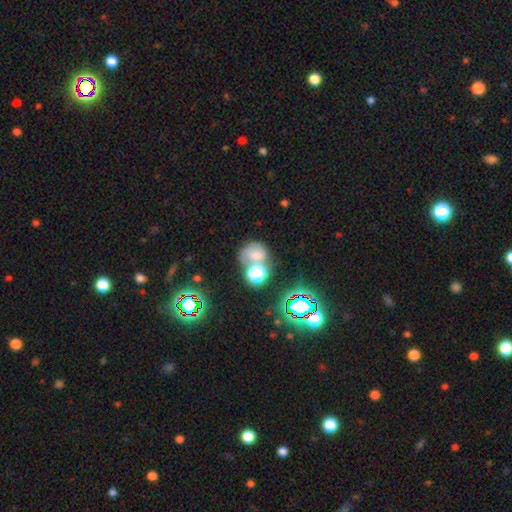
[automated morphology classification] smooth_or_featured: smooth (p=0.47) [alt: star or artifact p=0.34]
merging: none (p=0.42) [alt: merger p=0.38]